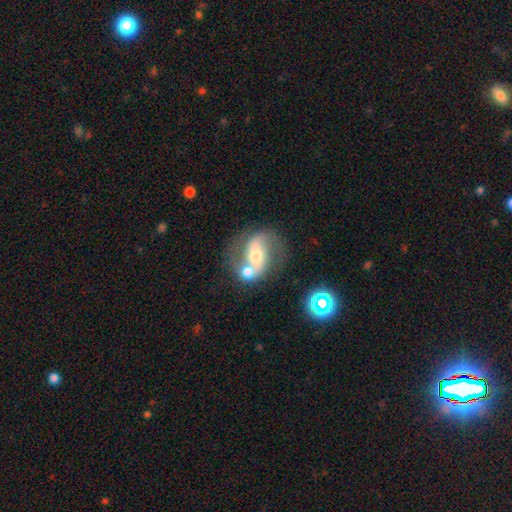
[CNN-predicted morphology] type=featured or disk (73%); edge-on=no (96%); bar=weak (34%, tied with no); spiral arms=yes (85%); winding=loose (48%); arm count=2 (88%); bulge=moderate (62%); merging=none (45%).